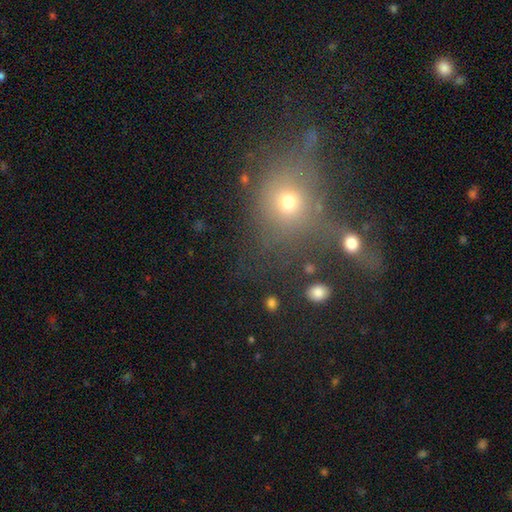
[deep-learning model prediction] Smooth or featured: smooth — 50% (star or artifact — 36%)
Merging: none — 55% (minor disturbance — 16%)